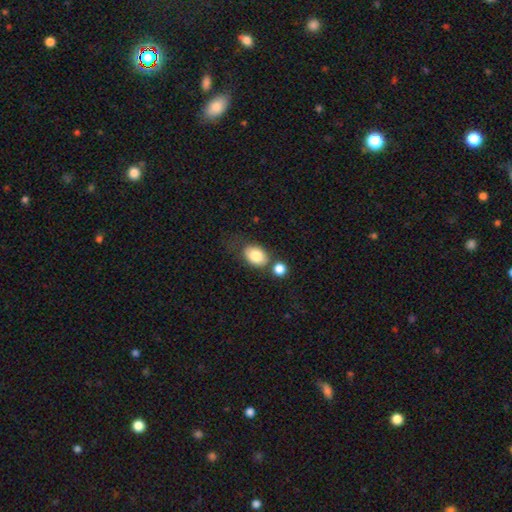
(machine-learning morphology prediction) Q: Smooth or featured?
A: smooth (83%); runner-up: featured or disk (10%)
Q: How rounded?
A: in between (79%); runner-up: round (20%)
Q: Merging?
A: none (58%); runner-up: merger (19%)